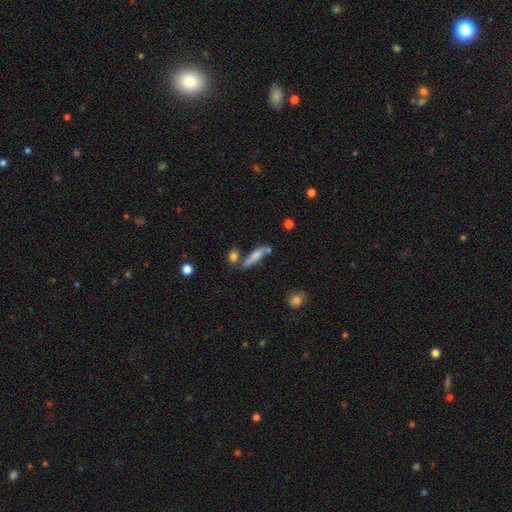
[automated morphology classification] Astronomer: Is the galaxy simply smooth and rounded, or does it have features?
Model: smooth — 65%.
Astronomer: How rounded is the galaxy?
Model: cigar-shaped — 74%.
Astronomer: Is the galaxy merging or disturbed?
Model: none — 59%.